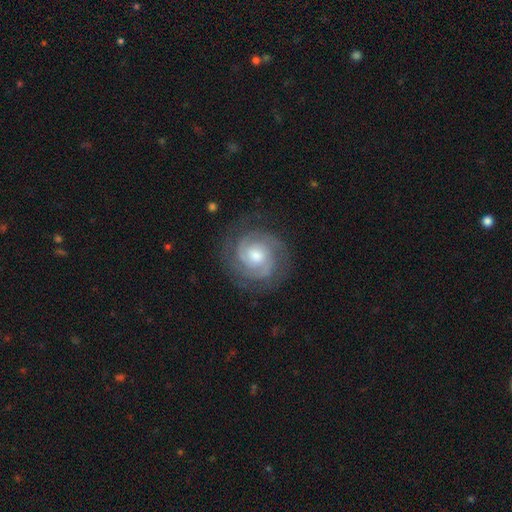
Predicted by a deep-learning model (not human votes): Overall: featured or disk (86%). Edge-on disk: no (98%). Bar: no (64%; weak 30%). Spiral arms: yes (97%). Spiral arm count: 2 (57%; 3 19%). Spiral winding: tight (71%). Bulge size: moderate (58%; small 29%). Merging: none (80%).